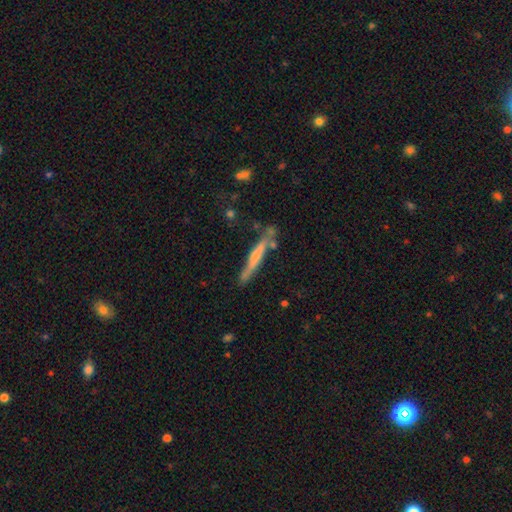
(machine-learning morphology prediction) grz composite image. It shows a featured or disk galaxy (54%) viewed edge-on (92%). Merging: none (71%).